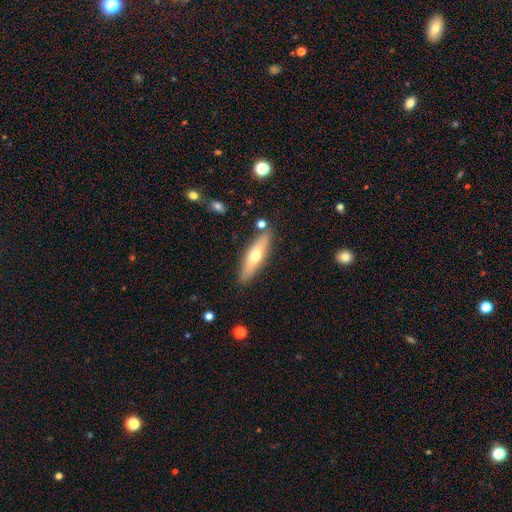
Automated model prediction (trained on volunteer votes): A smooth galaxy with no disk features (54%) that is cigar-shaped (69%). Merging: none (83%).